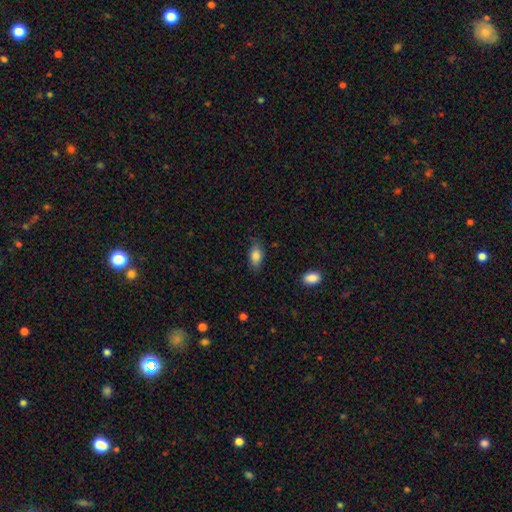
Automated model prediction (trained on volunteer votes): This appears to be a smooth galaxy with no disk features (84%) that is in between round and cigar-shaped (90%). Merging: none (77%).